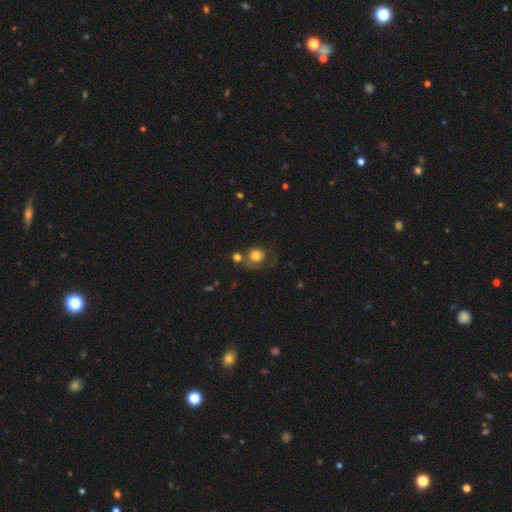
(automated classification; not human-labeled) Smooth or featured? Predicted: smooth (p=0.76). How rounded? Predicted: round (p=0.84). Merging? Predicted: none (p=0.47).